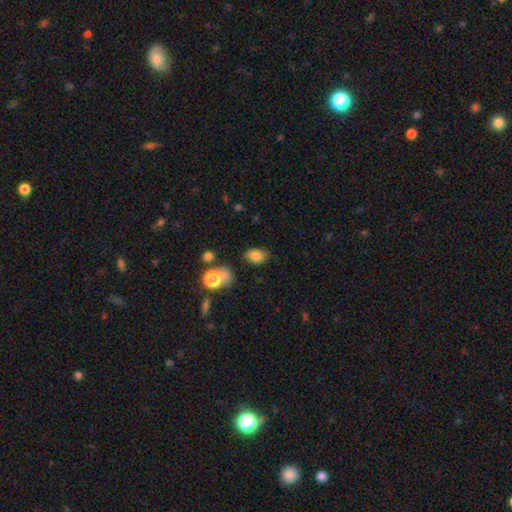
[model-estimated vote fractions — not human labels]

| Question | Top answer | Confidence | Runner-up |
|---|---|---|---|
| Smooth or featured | smooth | 78% | star or artifact (11%) |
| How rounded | in between | 83% | round (16%) |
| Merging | none | 74% | minor disturbance (16%) |